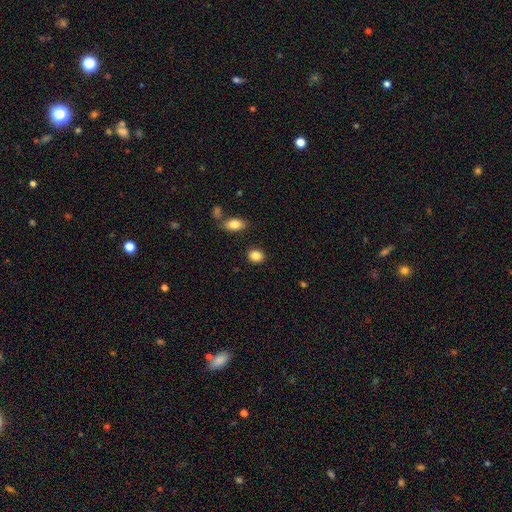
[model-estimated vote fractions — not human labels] Overall: smooth (86%). How rounded: round (53%; in between 45%). Merging: none (87%).